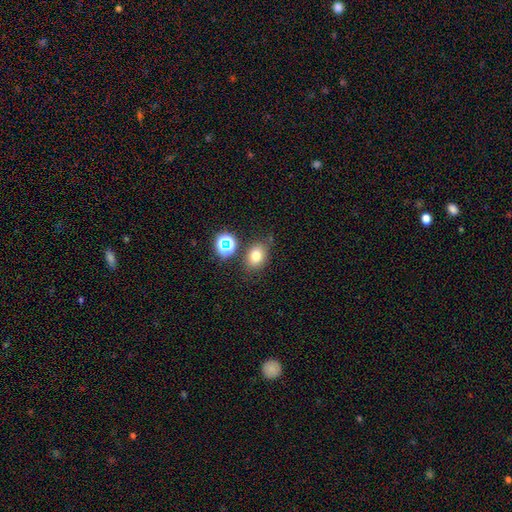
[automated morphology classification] smooth-or-featured: smooth: 74% | star or artifact: 16% | featured or disk: 10%
  how-rounded: in between: 55% | round: 44% | cigar-shaped: 1%
  merging: none: 74% | minor disturbance: 13% | merger: 8% | major disturbance: 4%